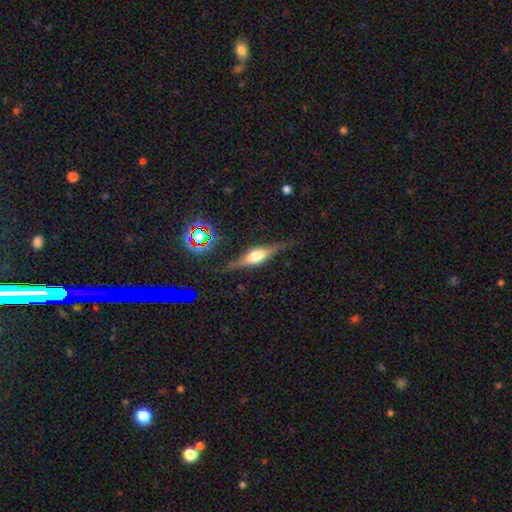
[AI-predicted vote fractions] Smooth or featured?
  - featured or disk: 75% *
  - smooth: 17%
  - star or artifact: 8%
Edge-on disk?
  - yes: 96% *
  - no: 4%
Edge-on bulge?
  - rounded: 84% *
  - boxy: 14%
  - none: 2%
Merging?
  - none: 83% *
  - minor disturbance: 12%
  - major disturbance: 3%
  - merger: 2%